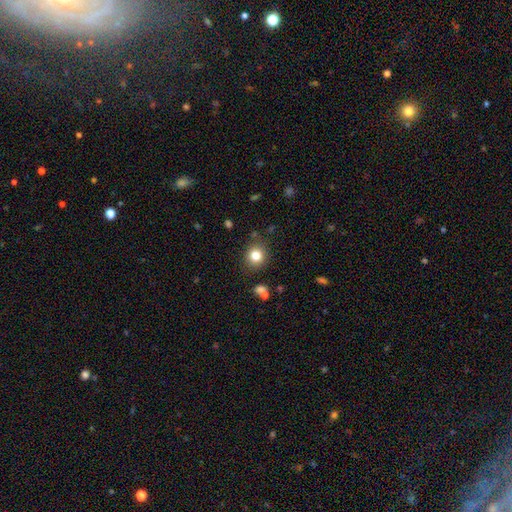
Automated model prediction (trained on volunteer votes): This appears to be a smooth galaxy with no disk features (81%) that is round (84%). Merging: none (84%).